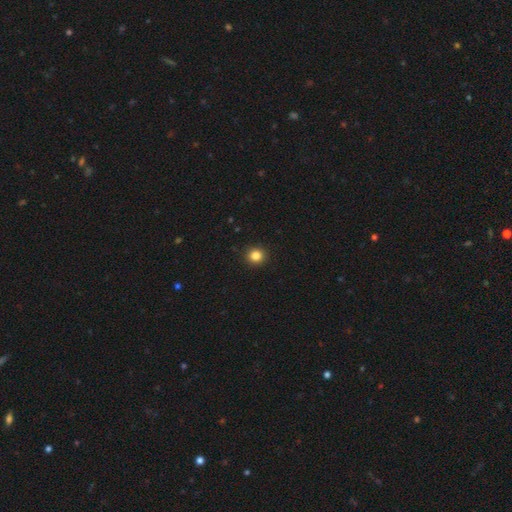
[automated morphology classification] This is clearly a smooth galaxy (85%). How rounded: clearly round (91%). Merging: clearly none (92%).